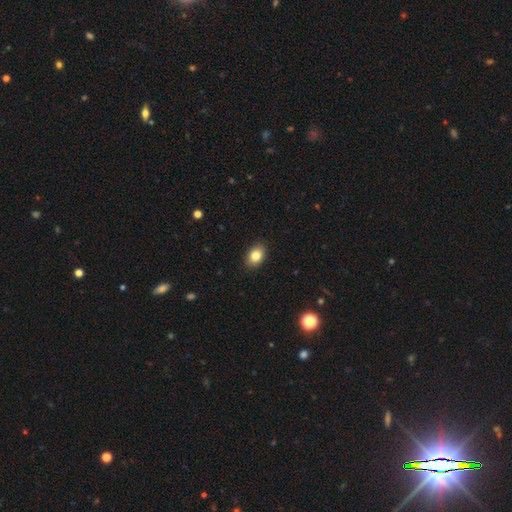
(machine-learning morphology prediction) A smooth galaxy with no disk features (84%) that is in between round and cigar-shaped (79%). Merging: none (90%).